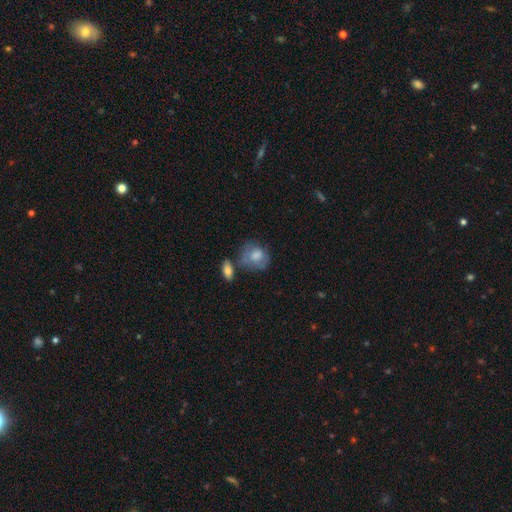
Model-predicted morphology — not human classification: Q: Smooth or featured?
A: smooth (69%); runner-up: featured or disk (24%)
Q: How rounded?
A: round (56%); runner-up: in between (43%)
Q: Merging?
A: none (45%); runner-up: minor disturbance (27%)